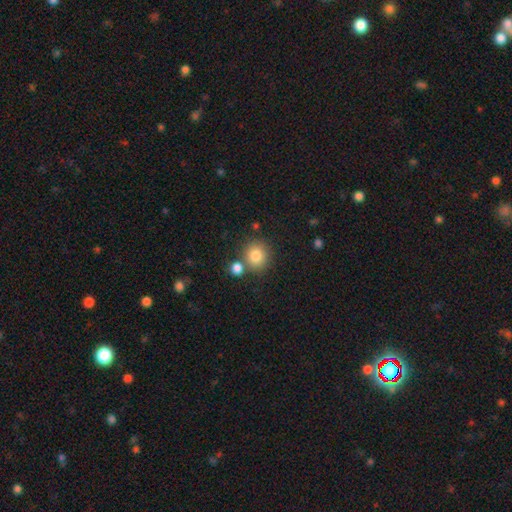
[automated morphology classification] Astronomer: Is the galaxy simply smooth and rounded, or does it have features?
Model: smooth — 82%.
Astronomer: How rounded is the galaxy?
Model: round — 87%.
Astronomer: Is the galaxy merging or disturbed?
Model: none — 70%.